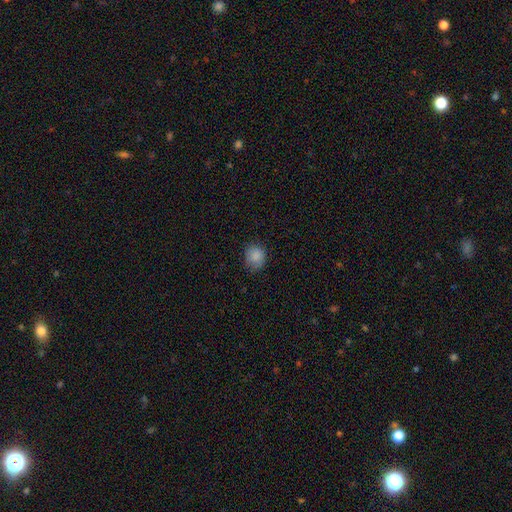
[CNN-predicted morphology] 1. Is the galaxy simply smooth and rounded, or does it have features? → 87% smooth, 9% star or artifact, 4% featured or disk.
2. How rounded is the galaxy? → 70% round, 29% in between, 1% cigar-shaped.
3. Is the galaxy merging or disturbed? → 78% none, 17% minor disturbance, 4% major disturbance, 1% merger.